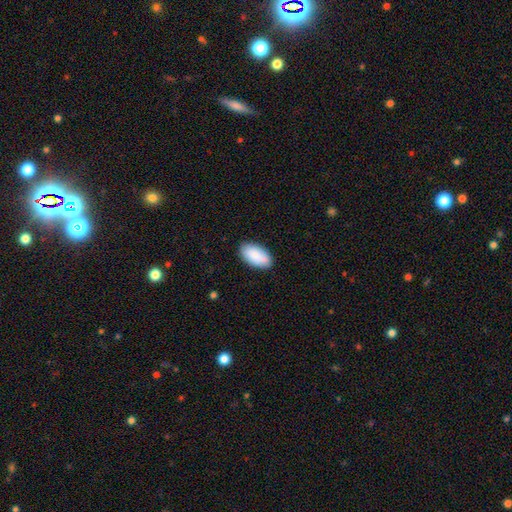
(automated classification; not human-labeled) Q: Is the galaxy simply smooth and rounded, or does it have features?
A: smooth — 88%.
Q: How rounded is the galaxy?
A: in between — 96%.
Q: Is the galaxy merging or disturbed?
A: none — 87%.